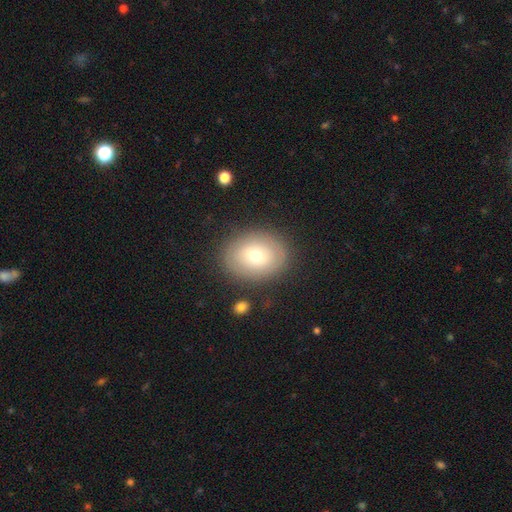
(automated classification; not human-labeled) smooth 62%, featured or disk 29%, star or artifact 9%. Down the decision tree: how rounded — in between (56%); merging — none (83%).